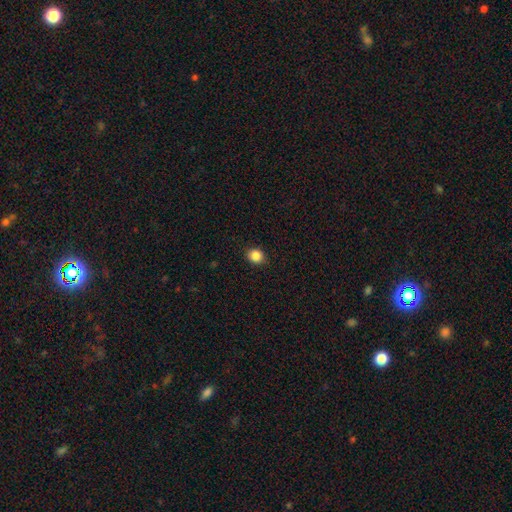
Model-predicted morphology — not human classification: smooth_or_featured: smooth (p=0.86) [alt: star or artifact p=0.10]
how_rounded: round (p=0.74) [alt: in between p=0.25]
merging: none (p=0.91) [alt: minor disturbance p=0.06]